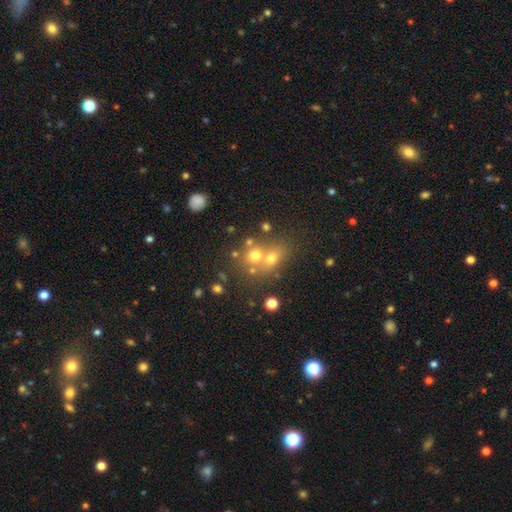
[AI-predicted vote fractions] smooth_or_featured: smooth (p=0.56) [alt: star or artifact p=0.22]
how_rounded: round (p=0.72) [alt: in between p=0.26]
merging: merger (p=0.49) [alt: none p=0.39]